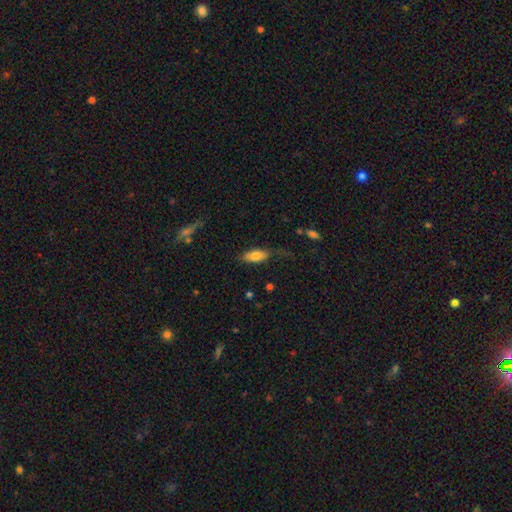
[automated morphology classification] Smooth or featured?
  - smooth: 76% *
  - featured or disk: 17%
  - star or artifact: 7%
How rounded?
  - in between: 80% *
  - cigar-shaped: 18%
  - round: 3%
Merging?
  - none: 60% *
  - minor disturbance: 25%
  - major disturbance: 12%
  - merger: 3%